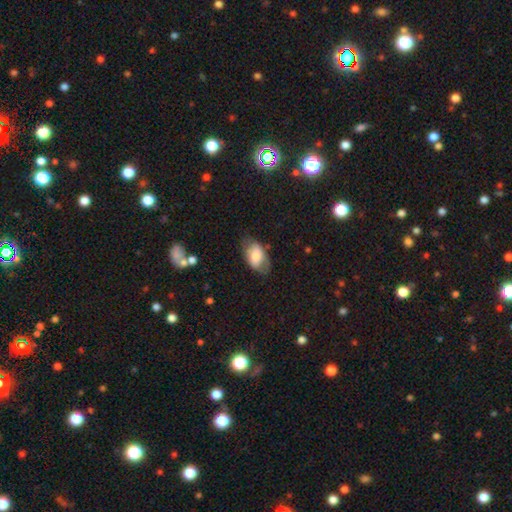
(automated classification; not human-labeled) Smooth or featured?
  - smooth: 69% *
  - featured or disk: 23%
  - star or artifact: 7%
How rounded?
  - in between: 91% *
  - round: 7%
  - cigar-shaped: 2%
Merging?
  - none: 61% *
  - minor disturbance: 26%
  - major disturbance: 11%
  - merger: 2%